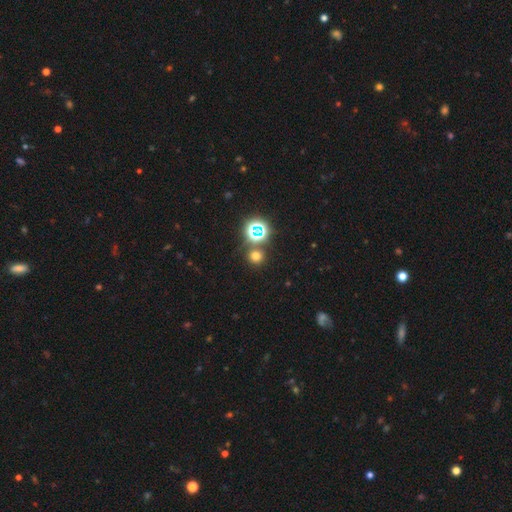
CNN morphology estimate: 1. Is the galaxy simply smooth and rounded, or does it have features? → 64% smooth, 31% star or artifact, 6% featured or disk.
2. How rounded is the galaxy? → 89% round, 10% in between, 1% cigar-shaped.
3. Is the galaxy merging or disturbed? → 78% none, 11% merger, 7% minor disturbance, 3% major disturbance.